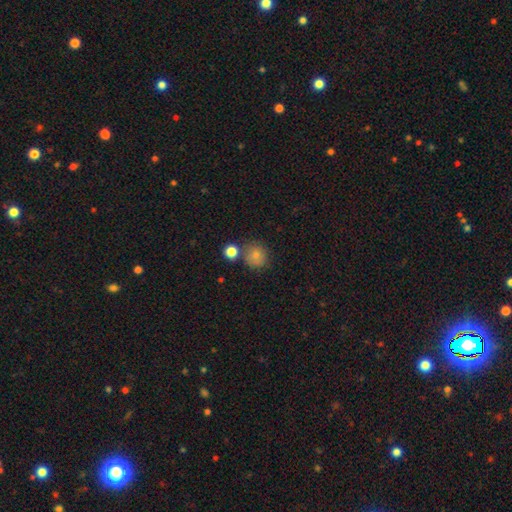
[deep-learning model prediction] Smooth or featured? smooth (79%)
How rounded? round (89%)
Merging? none (70%)